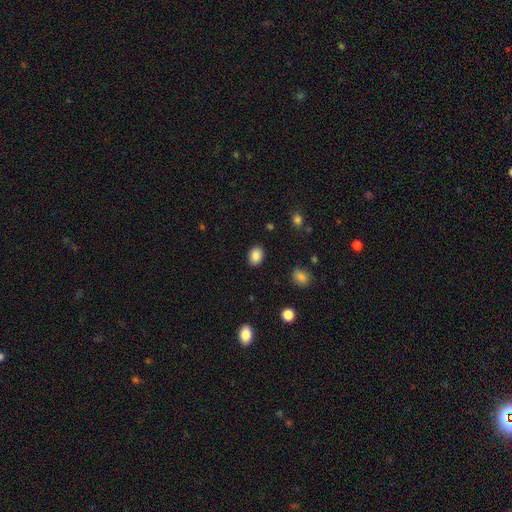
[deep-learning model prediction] A smooth galaxy with no disk features (86%) that is in between round and cigar-shaped (69%). Merging: none (88%).